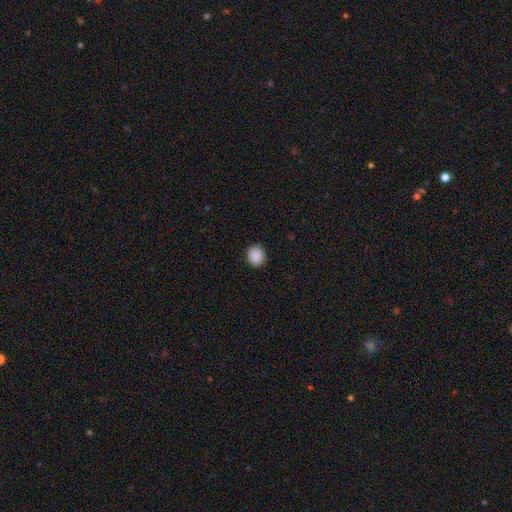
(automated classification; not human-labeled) Morphology: type=smooth (89%); roundness=round (83%); merging=none (90%).